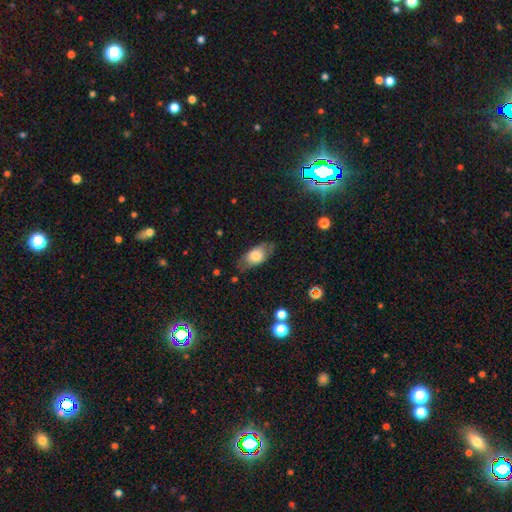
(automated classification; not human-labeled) Overall: smooth (67%). How rounded: in between (87%). Merging: none (73%).